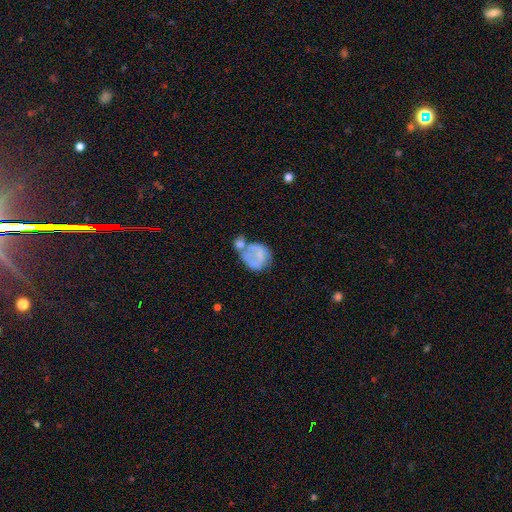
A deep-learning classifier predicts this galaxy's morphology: smooth-or-featured: smooth: 52% | featured or disk: 38% | star or artifact: 9%
  how-rounded: round: 63% | in between: 36% | cigar-shaped: 1%
  merging: merger: 32% | major disturbance: 25% | none: 25% | minor disturbance: 19%